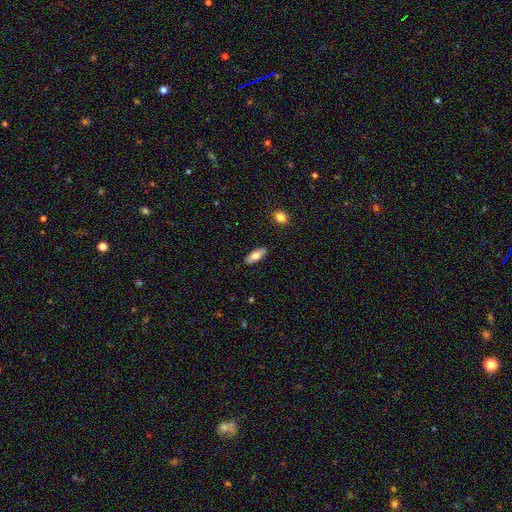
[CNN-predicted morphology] The model was most divided on "how rounded": in between: 72%, cigar-shaped: 26%, round: 3%. More confident: merging — none (87%); smooth or featured — smooth (70%).